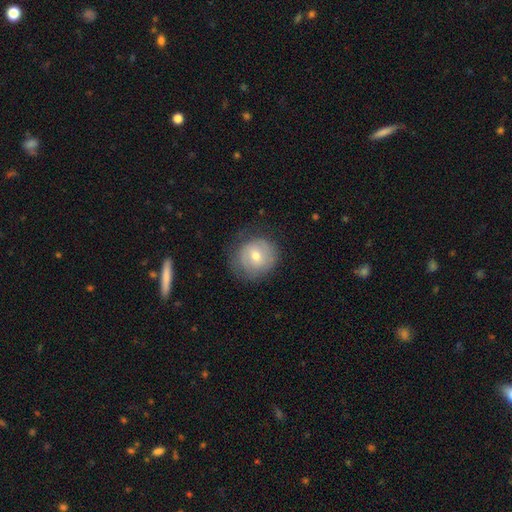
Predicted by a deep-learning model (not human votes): Overall: smooth (53%; featured or disk 40%). How rounded: round (85%). Merging: none (70%).